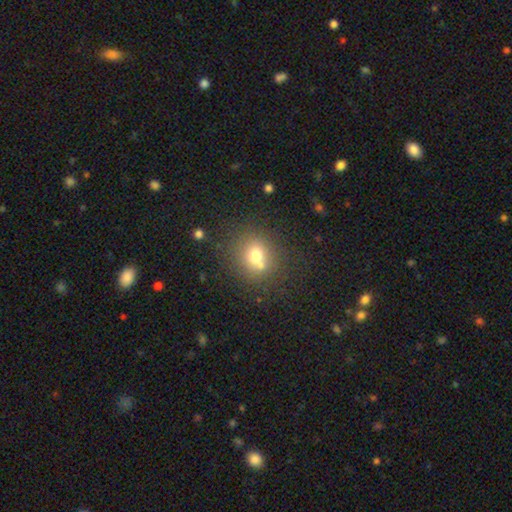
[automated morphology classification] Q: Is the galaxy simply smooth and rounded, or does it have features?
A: smooth — 68%.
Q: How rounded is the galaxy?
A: round — 80%.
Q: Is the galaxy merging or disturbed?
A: none — 61%.